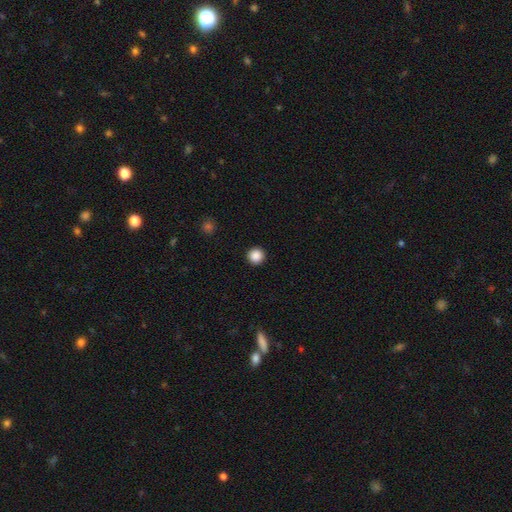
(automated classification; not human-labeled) Morphology: type=smooth (88%); roundness=round (96%); merging=none (94%).